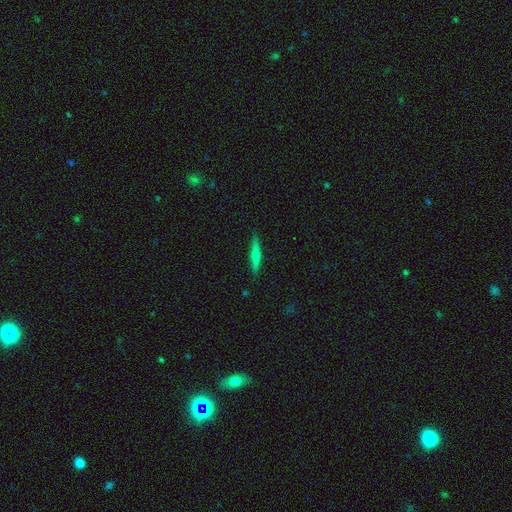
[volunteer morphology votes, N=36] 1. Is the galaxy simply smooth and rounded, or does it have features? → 72% smooth, 28% featured or disk, 0% star or artifact.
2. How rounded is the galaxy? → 96% cigar-shaped, 4% in between, 0% round.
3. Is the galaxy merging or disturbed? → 78% none, 19% minor disturbance, 3% major disturbance, 0% merger.